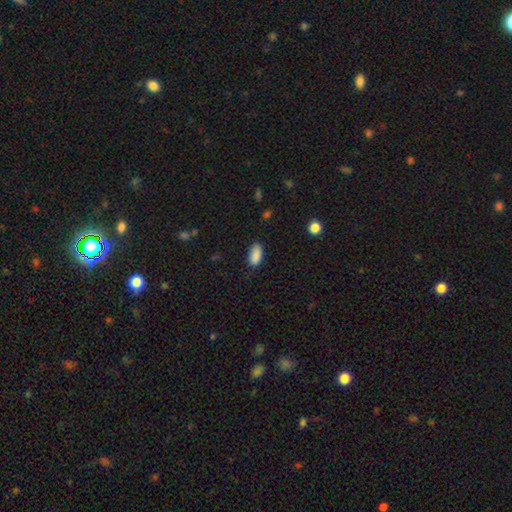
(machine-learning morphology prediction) Smooth or featured? smooth (88%)
How rounded? in between (89%)
Merging? none (78%)